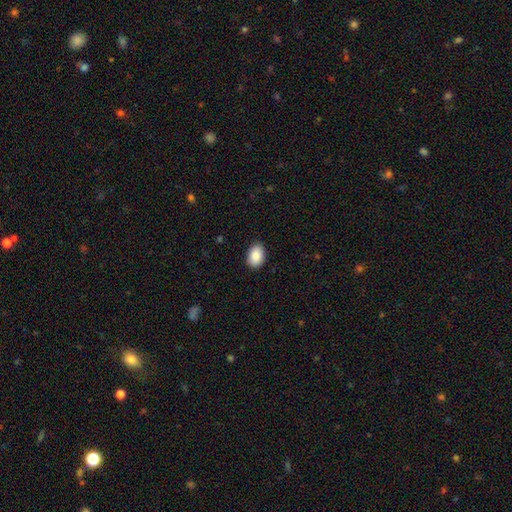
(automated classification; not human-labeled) Smooth or featured? smooth (89%)
How rounded? in between (86%)
Merging? none (89%)